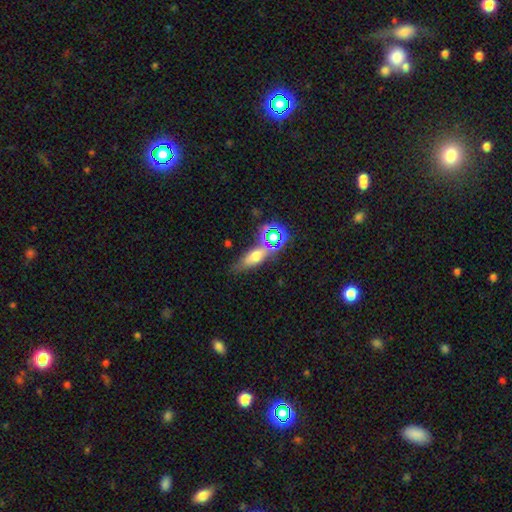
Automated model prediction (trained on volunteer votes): smooth 53%, featured or disk 25%, star or artifact 22%. Down the decision tree: how rounded — in between (53%); merging — none (64%).